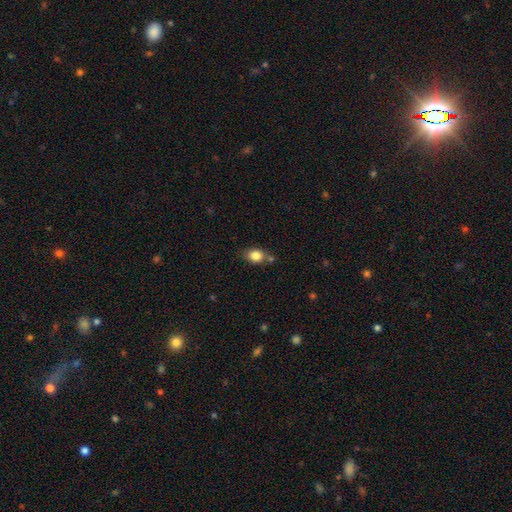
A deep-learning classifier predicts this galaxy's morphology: A smooth galaxy with no disk features (84%) that is in between round and cigar-shaped (59%). Merging: none (64%).